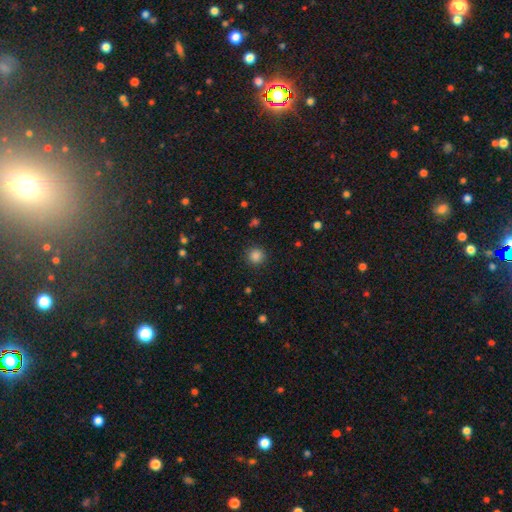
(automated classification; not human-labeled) Smooth or featured: smooth — 85% (star or artifact — 12%)
How rounded: round — 94% (in between — 5%)
Merging: none — 91% (minor disturbance — 6%)